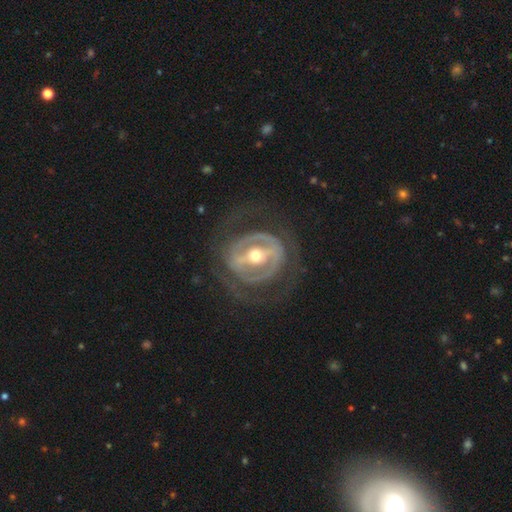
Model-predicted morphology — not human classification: smooth-or-featured: featured or disk: 85% | smooth: 10% | star or artifact: 5%
  disk-edge-on: no: 93% | yes: 7%
    bar: strong: 66% | weak: 23% | no: 11%
    has-spiral-arms: yes: 51% | no: 49%
    bulge-size: moderate: 68% | small: 25% | large: 5% | dominant: 1% | none: 1%
  merging: none: 71% | major disturbance: 15% | minor disturbance: 13% | merger: 1%